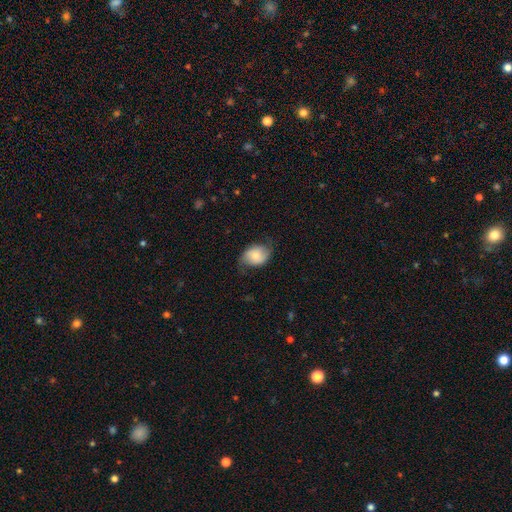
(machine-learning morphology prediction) Overall: smooth (63%; featured or disk 29%). How rounded: in between (71%). Merging: none (63%; minor disturbance 26%).